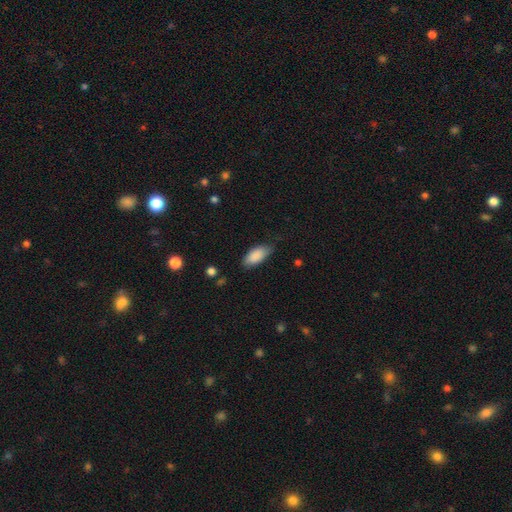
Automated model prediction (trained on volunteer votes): Q: Smooth or featured?
A: smooth (88%); runner-up: star or artifact (6%)
Q: How rounded?
A: in between (88%); runner-up: cigar-shaped (10%)
Q: Merging?
A: none (73%); runner-up: minor disturbance (22%)